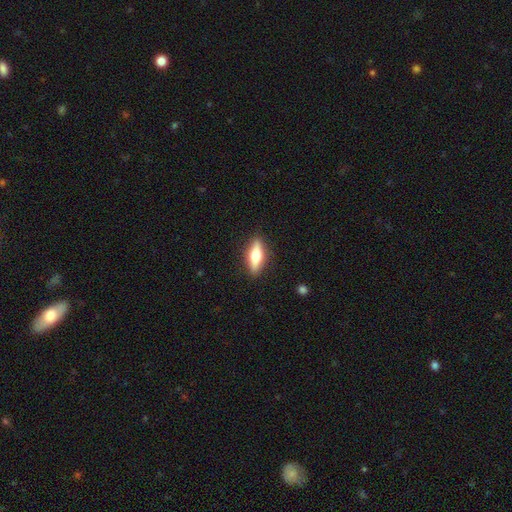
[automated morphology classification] A smooth galaxy with no disk features (49%). Merging: none (89%).